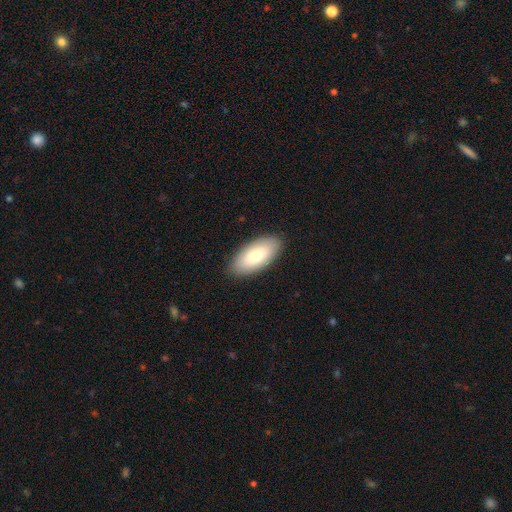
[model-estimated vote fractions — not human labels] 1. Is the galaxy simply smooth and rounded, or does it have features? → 75% smooth, 19% featured or disk, 6% star or artifact.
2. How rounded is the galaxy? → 93% in between, 5% cigar-shaped, 2% round.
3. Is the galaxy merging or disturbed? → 89% none, 8% minor disturbance, 2% major disturbance, 1% merger.